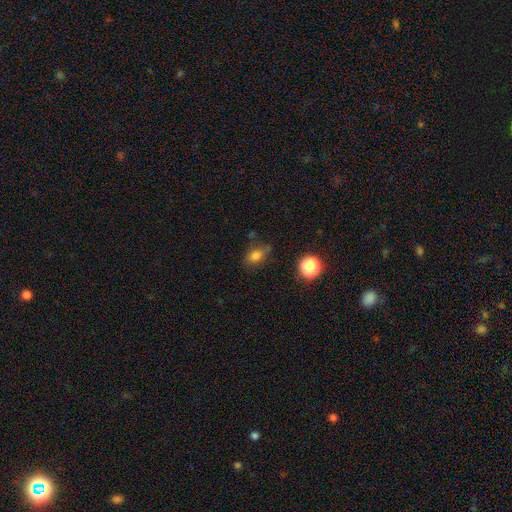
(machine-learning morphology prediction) A smooth galaxy with no disk features (76%) that is in between round and cigar-shaped (73%). Merging: none (69%).